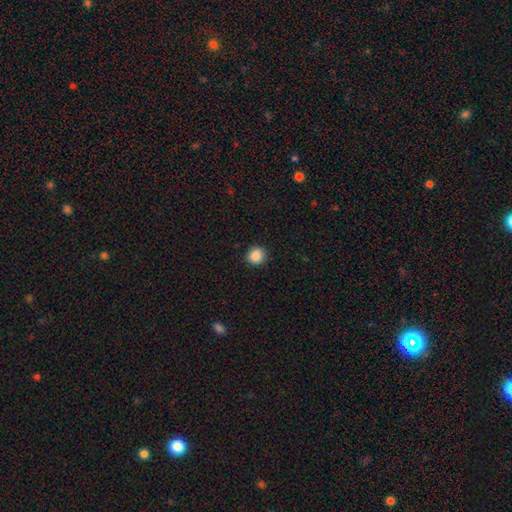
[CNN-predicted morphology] A smooth galaxy with no disk features (88%) that is round (90%). Merging: none (91%).